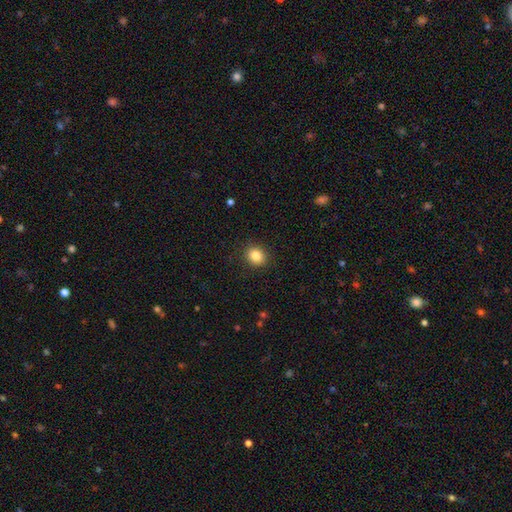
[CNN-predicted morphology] smooth 84%, star or artifact 10%, featured or disk 6%. Down the decision tree: how rounded — round (68%); merging — none (90%).